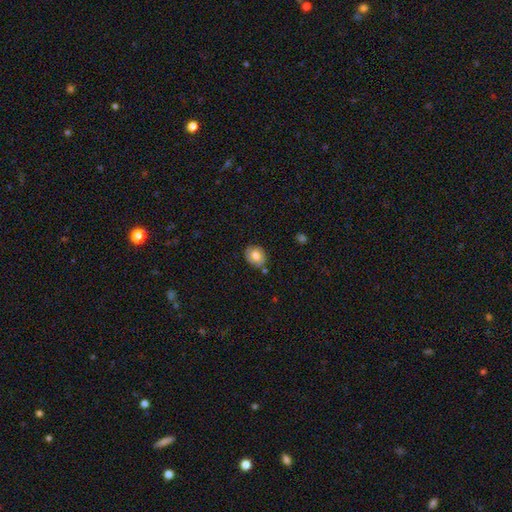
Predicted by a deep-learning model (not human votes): The model was most divided on "how rounded": round: 55%, in between: 44%, cigar-shaped: 1%. More confident: merging — none (75%); smooth or featured — smooth (68%).